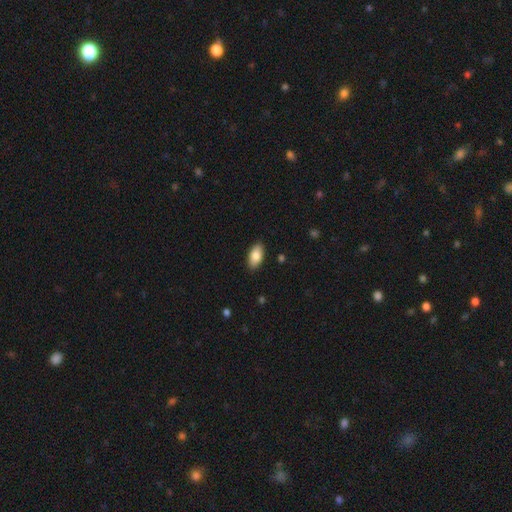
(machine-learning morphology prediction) This is clearly a smooth galaxy (85%). How rounded: clearly in between (93%). Merging: clearly none (88%).